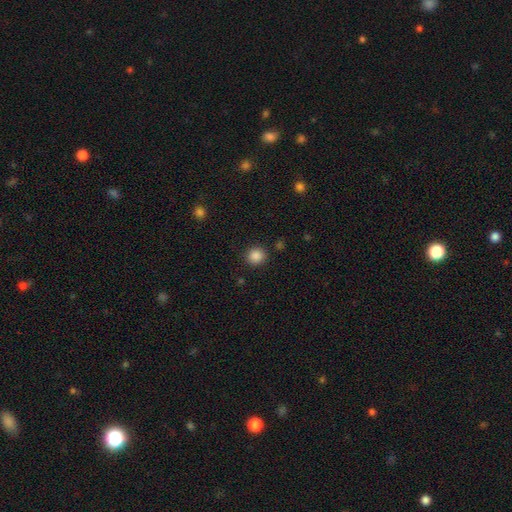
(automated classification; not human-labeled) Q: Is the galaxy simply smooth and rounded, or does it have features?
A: smooth — 87%.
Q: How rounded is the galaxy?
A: round — 91%.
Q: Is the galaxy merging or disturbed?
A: none — 90%.